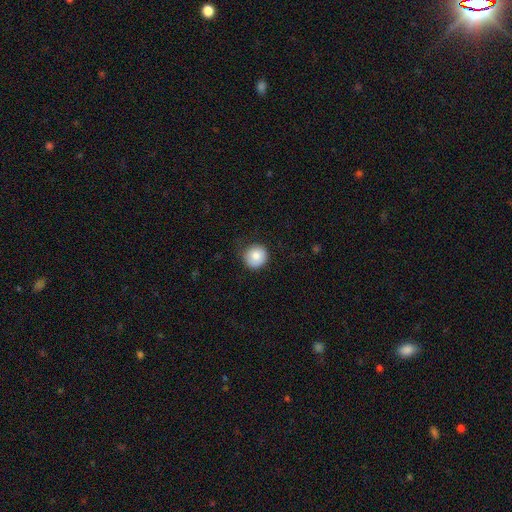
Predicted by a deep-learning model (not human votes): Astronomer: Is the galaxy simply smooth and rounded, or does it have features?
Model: smooth — 82%.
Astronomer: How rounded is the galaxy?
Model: round — 92%.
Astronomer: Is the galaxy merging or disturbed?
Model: none — 76%.